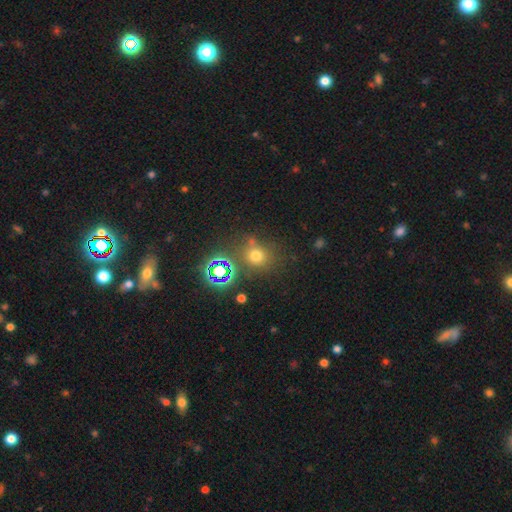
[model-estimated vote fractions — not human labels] Overall: smooth (62%; star or artifact 29%). How rounded: round (81%). Merging: none (72%).